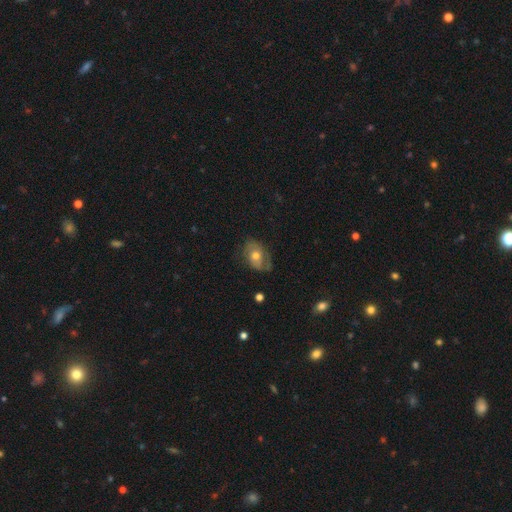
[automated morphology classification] Smooth or featured?
  - featured or disk: 48% *
  - smooth: 44%
  - star or artifact: 8%
Merging?
  - none: 61% *
  - minor disturbance: 26%
  - major disturbance: 12%
  - merger: 2%